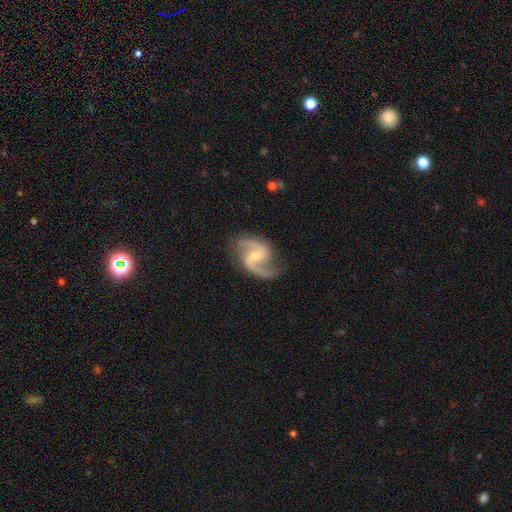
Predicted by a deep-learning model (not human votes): The model was most divided on "spiral winding": medium: 52%, loose: 39%, tight: 9%. More confident: edge-on disk — no (98%); spiral arms — yes (98%); spiral arm count — 2 (93%); smooth or featured — featured or disk (92%); merging — none (79%); bulge size — small (58%); bar — weak (52%).